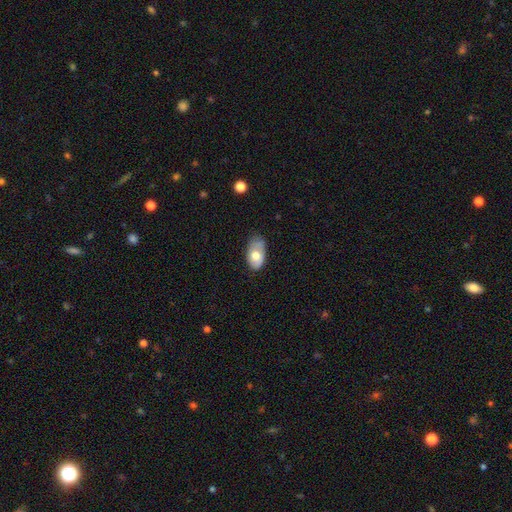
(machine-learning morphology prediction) Smooth or featured? smooth (68%)
How rounded? in between (92%)
Merging? none (52%)